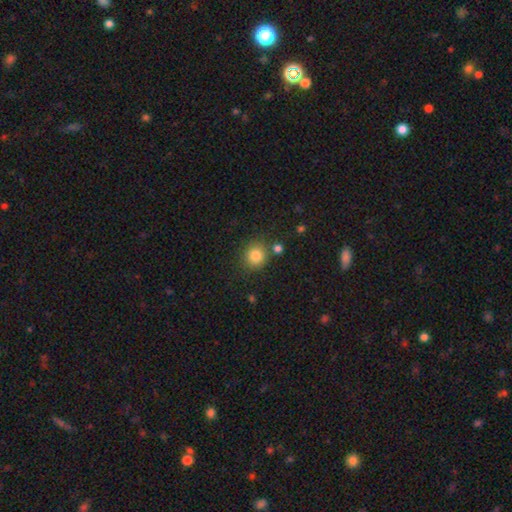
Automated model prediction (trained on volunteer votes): smooth-or-featured: smooth: 83% | star or artifact: 11% | featured or disk: 6%
  how-rounded: round: 86% | in between: 13% | cigar-shaped: 1%
  merging: none: 80% | minor disturbance: 10% | merger: 8% | major disturbance: 3%